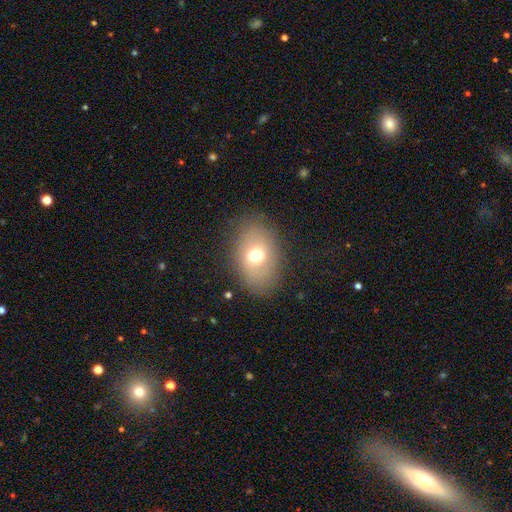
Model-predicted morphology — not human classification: Smooth or featured: smooth — 65% (featured or disk — 23%)
How rounded: in between — 73% (round — 25%)
Merging: none — 81% (minor disturbance — 12%)